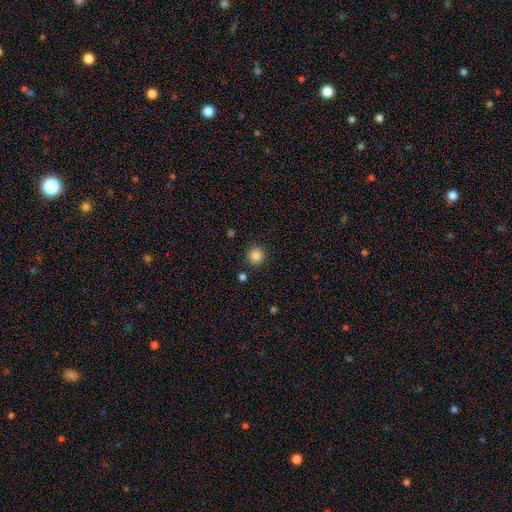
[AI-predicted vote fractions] This appears to be a smooth galaxy with no disk features (85%) that is round (95%). Merging: none (90%).